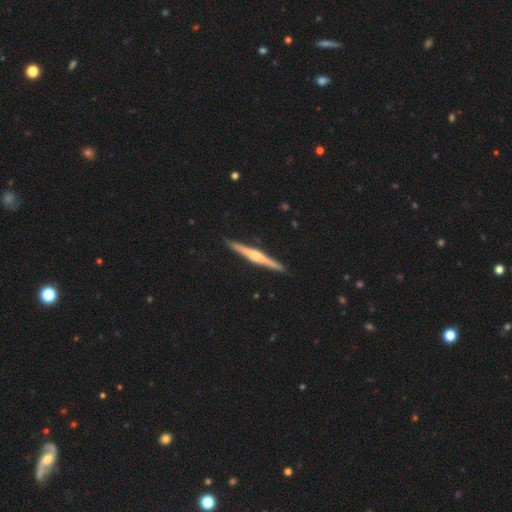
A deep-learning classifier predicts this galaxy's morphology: type=featured or disk (75%); edge-on=yes (98%); edge-on bulge=rounded (76%); merging=none (92%).